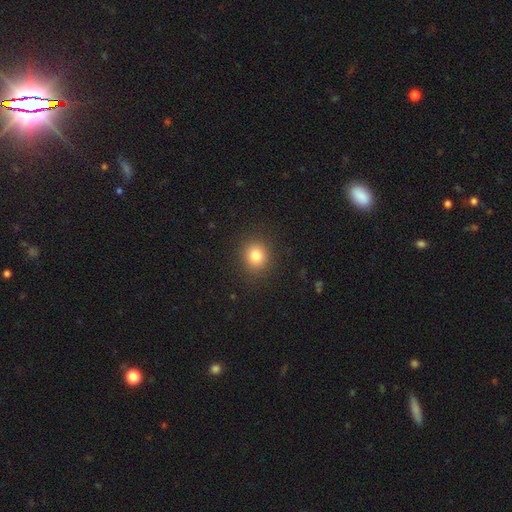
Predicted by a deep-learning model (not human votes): A smooth galaxy with no disk features (81%) that is round (81%).

Vote fractions:
- Smooth or featured? smooth: 81% / star or artifact: 12% / featured or disk: 7%
- How rounded? round: 81% / in between: 18% / cigar-shaped: 1%
- Merging? none: 89% / minor disturbance: 7% / major disturbance: 3% / merger: 1%